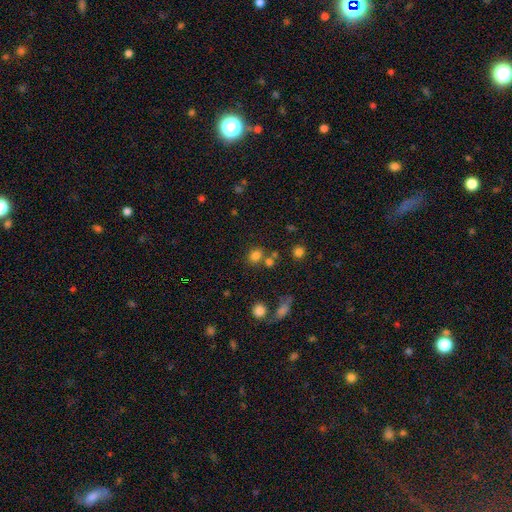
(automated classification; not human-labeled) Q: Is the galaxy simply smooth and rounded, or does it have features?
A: smooth — 78%.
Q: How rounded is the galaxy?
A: round — 61%.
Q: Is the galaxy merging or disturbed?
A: none — 68%.